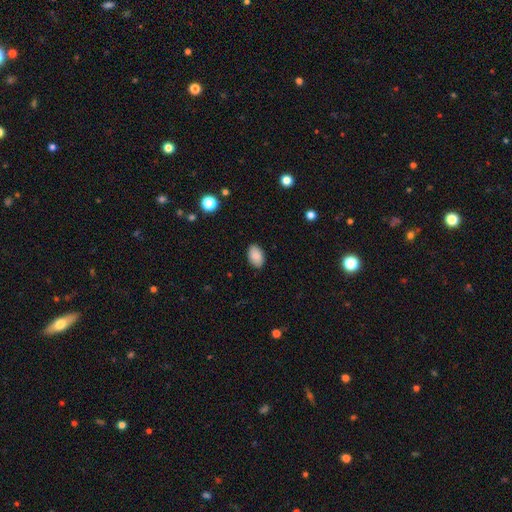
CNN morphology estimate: The model was most divided on "merging": none: 88%, minor disturbance: 9%, major disturbance: 2%, merger: 1%. More confident: how rounded — in between (92%); smooth or featured — smooth (89%).